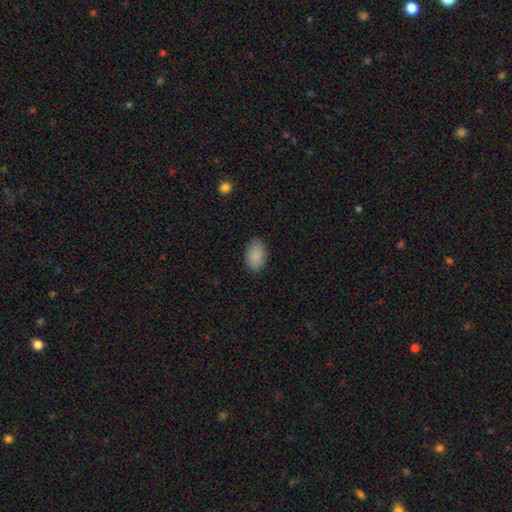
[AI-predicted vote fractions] Q: Smooth or featured?
A: smooth (89%); runner-up: star or artifact (7%)
Q: How rounded?
A: in between (90%); runner-up: round (8%)
Q: Merging?
A: none (86%); runner-up: minor disturbance (10%)